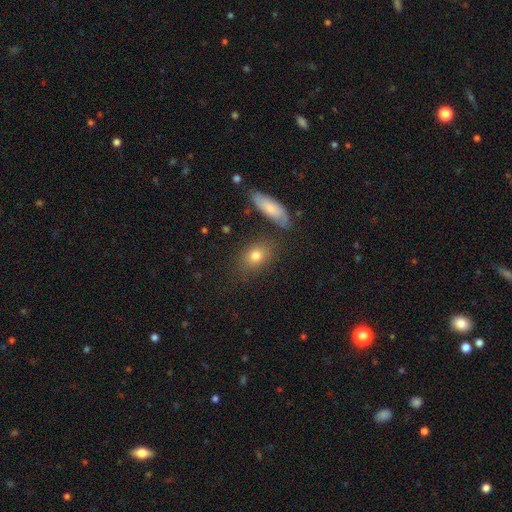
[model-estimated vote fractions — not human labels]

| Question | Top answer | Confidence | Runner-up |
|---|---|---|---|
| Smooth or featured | smooth | 75% | featured or disk (14%) |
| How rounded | in between | 61% | round (34%) |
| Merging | none | 75% | minor disturbance (13%) |